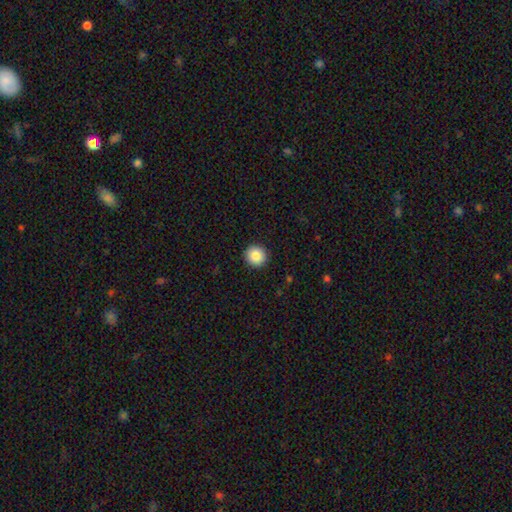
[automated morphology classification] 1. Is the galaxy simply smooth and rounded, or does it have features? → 87% smooth, 8% star or artifact, 4% featured or disk.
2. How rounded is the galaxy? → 94% round, 5% in between, 1% cigar-shaped.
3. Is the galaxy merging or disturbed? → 93% none, 5% minor disturbance, 2% major disturbance, 1% merger.